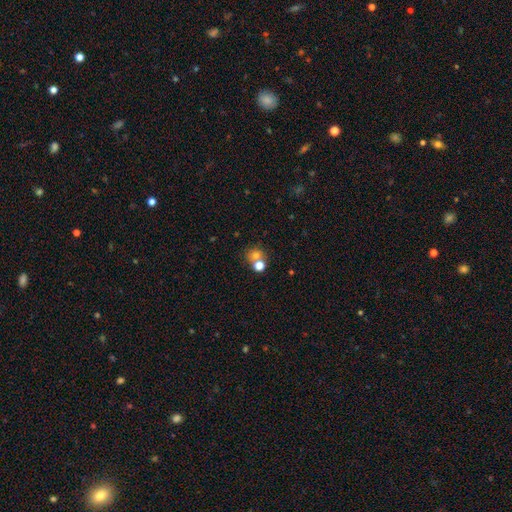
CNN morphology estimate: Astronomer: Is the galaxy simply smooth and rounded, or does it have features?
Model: smooth — 71%.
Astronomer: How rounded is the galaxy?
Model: round — 84%.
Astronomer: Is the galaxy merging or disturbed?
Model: none — 53% (runner-up: merger, 37%).